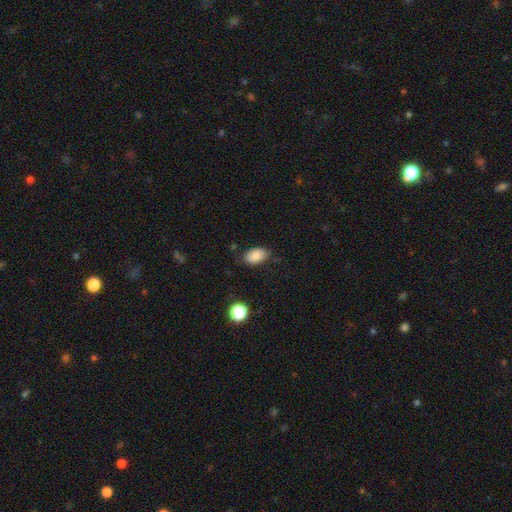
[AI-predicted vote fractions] Q: Smooth or featured?
A: smooth (85%); runner-up: star or artifact (9%)
Q: How rounded?
A: in between (91%); runner-up: round (8%)
Q: Merging?
A: none (78%); runner-up: minor disturbance (16%)